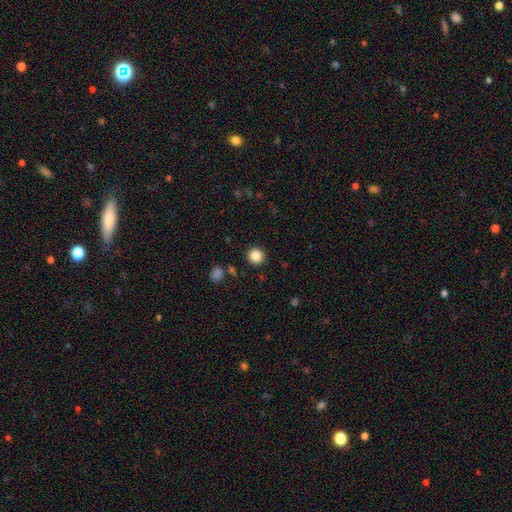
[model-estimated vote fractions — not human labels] Morphology: type=smooth (86%); roundness=round (93%); merging=none (90%).